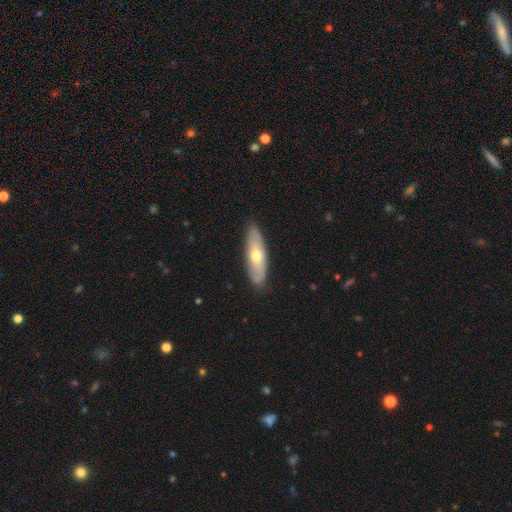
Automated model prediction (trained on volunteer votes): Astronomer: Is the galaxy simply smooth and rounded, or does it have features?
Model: featured or disk — 48% (runner-up: smooth, 46%).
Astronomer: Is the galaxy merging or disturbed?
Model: none — 87%.